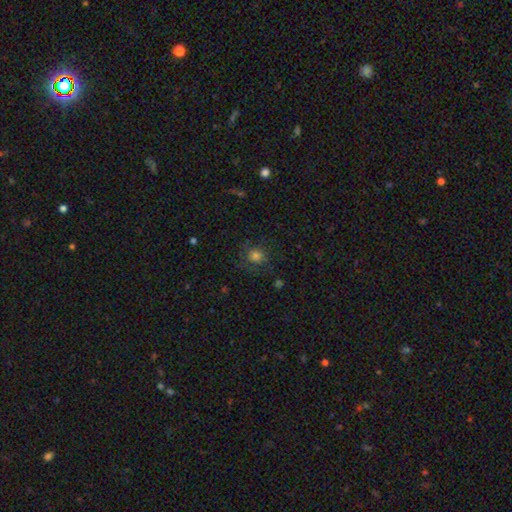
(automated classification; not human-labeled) Smooth or featured?
  - smooth: 64% *
  - star or artifact: 19%
  - featured or disk: 17%
How rounded?
  - round: 77% *
  - in between: 22%
  - cigar-shaped: 1%
Merging?
  - none: 66% *
  - minor disturbance: 18%
  - major disturbance: 13%
  - merger: 2%